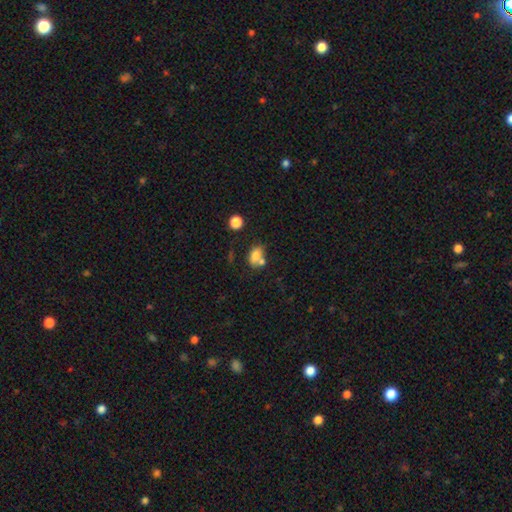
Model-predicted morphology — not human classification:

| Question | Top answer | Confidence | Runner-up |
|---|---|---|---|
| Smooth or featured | smooth | 75% | featured or disk (13%) |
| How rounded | in between | 74% | round (24%) |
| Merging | none | 40% | merger (38%) |